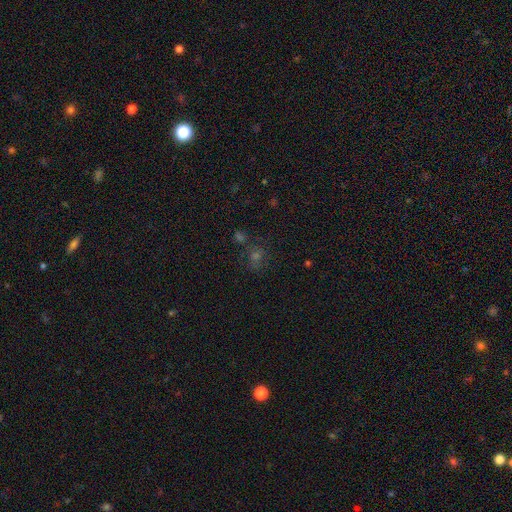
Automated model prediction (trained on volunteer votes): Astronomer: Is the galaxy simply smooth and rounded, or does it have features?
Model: star or artifact — 49% (runner-up: smooth, 38%).